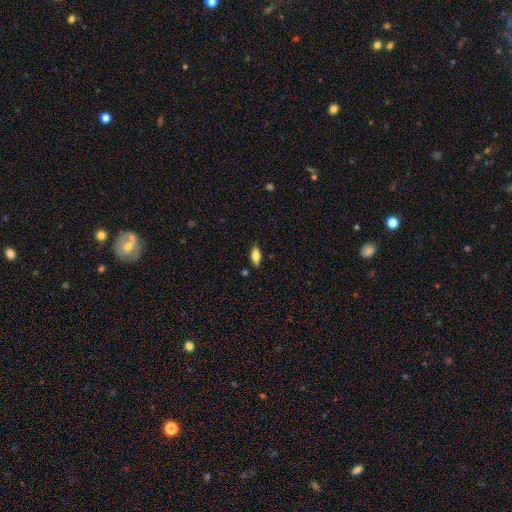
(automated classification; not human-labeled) smooth_or_featured: smooth (p=0.81) [alt: featured or disk p=0.12]
how_rounded: in between (p=0.83) [alt: cigar-shaped p=0.15]
merging: none (p=0.86) [alt: minor disturbance p=0.10]